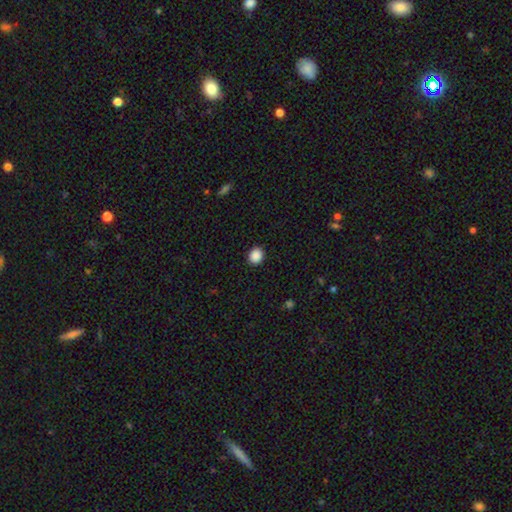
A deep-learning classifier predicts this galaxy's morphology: Smooth or featured? smooth (88%)
How rounded? round (76%)
Merging? none (92%)